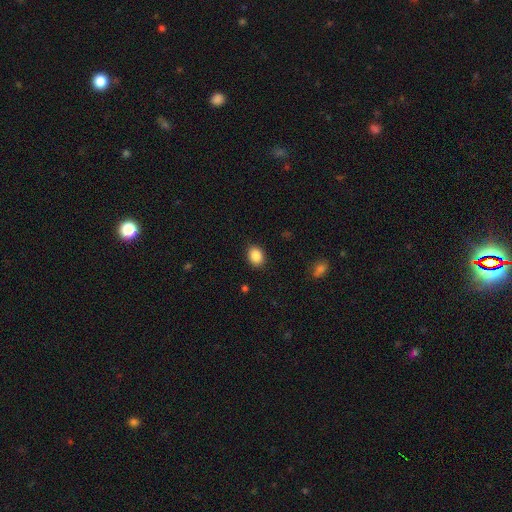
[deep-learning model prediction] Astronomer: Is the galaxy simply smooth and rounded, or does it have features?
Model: smooth — 88%.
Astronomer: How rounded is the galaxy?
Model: in between — 57% (runner-up: round, 43%).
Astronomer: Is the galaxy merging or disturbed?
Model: none — 88%.